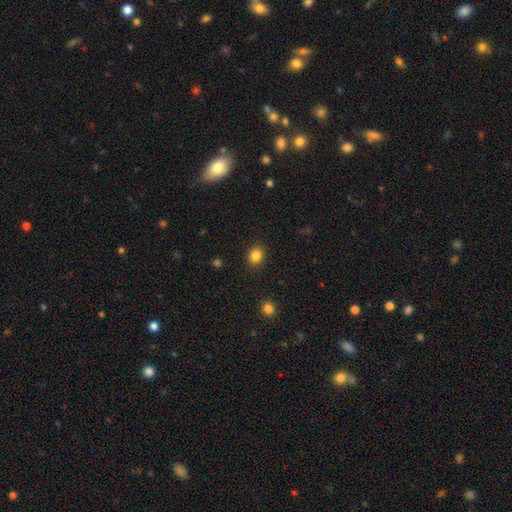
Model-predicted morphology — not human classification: type=smooth (85%); roundness=round (57%); merging=none (89%).